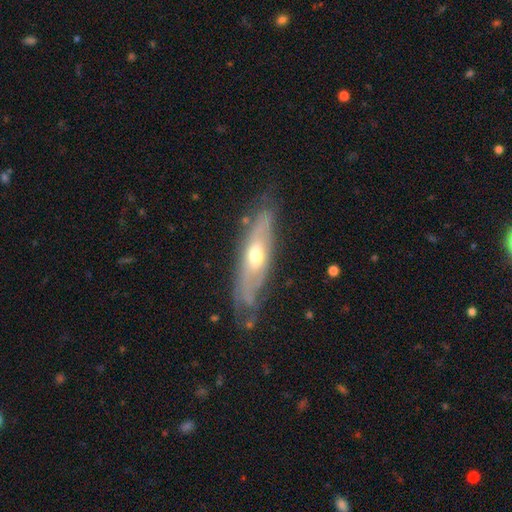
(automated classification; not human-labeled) A featured or disk galaxy (68%). Merging: none (66%).